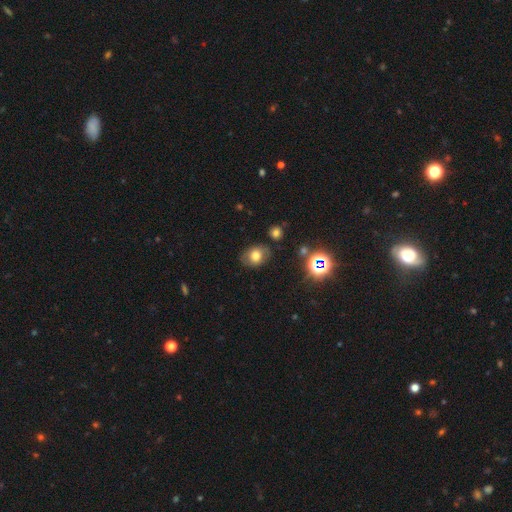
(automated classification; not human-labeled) A smooth galaxy with no disk features (68%) that is in between round and cigar-shaped (55%).

Vote fractions:
- Smooth or featured? smooth: 68% / featured or disk: 16% / star or artifact: 16%
- How rounded? in between: 55% / round: 44% / cigar-shaped: 1%
- Merging? none: 78% / minor disturbance: 15% / major disturbance: 4% / merger: 3%